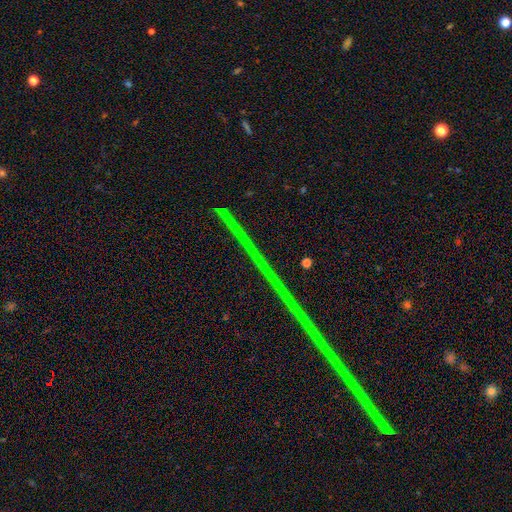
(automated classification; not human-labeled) Smooth or featured?
  - star or artifact: 87% *
  - featured or disk: 8%
  - smooth: 5%